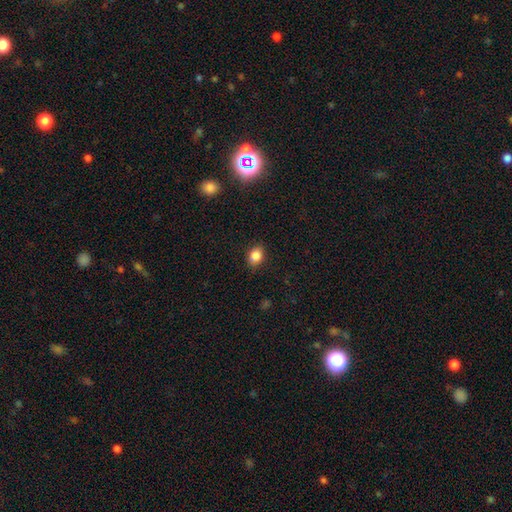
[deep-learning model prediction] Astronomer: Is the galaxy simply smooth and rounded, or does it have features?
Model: smooth — 85%.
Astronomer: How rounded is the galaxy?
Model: in between — 59% (runner-up: round, 39%).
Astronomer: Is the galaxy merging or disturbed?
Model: none — 84%.